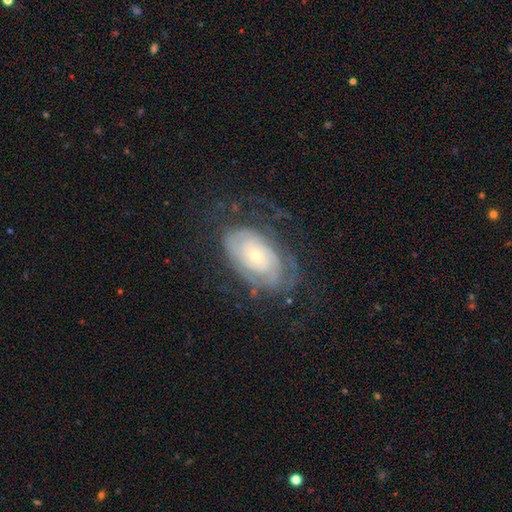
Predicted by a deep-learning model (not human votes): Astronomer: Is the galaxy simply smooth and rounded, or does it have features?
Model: featured or disk — 76%.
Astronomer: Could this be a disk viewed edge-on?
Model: no — 95%.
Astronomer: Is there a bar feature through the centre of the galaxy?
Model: no — 79%.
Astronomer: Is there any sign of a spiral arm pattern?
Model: yes — 86%.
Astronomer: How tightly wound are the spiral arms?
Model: tight — 72%.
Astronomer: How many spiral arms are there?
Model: can't tell — 52%.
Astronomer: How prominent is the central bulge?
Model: small — 70%.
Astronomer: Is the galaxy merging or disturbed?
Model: none — 60%.